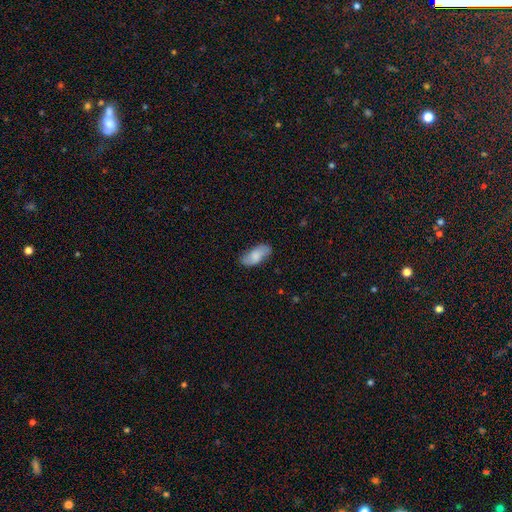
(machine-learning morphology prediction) This appears to be a smooth galaxy with no disk features (77%) that is in between round and cigar-shaped (86%). Merging: none (75%).